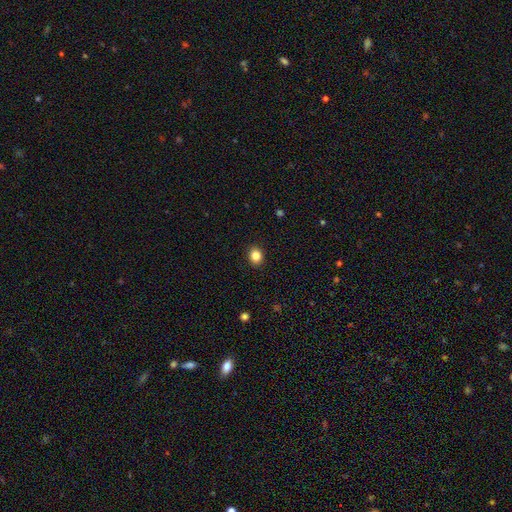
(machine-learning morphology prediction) This is clearly a smooth galaxy (84%). How rounded: likely round (64%). Merging: clearly none (91%).